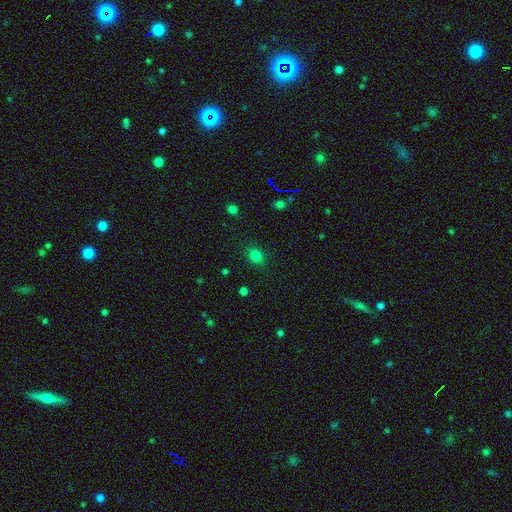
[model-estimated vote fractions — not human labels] Smooth or featured? Predicted: smooth (p=0.80). How rounded? Predicted: round (p=0.63). Merging? Predicted: none (p=0.86).